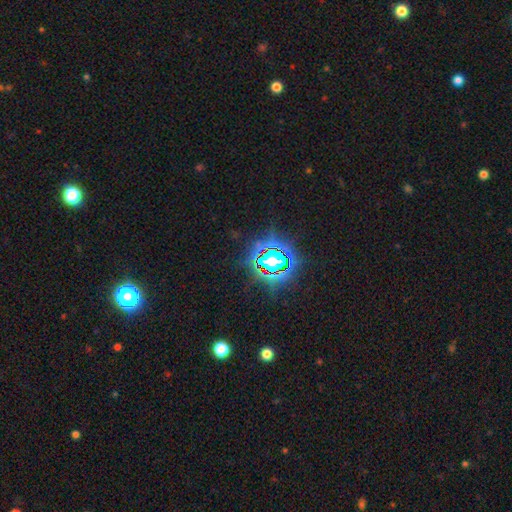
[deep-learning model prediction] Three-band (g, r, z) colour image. It shows a star or artifact, not a galaxy (84%).